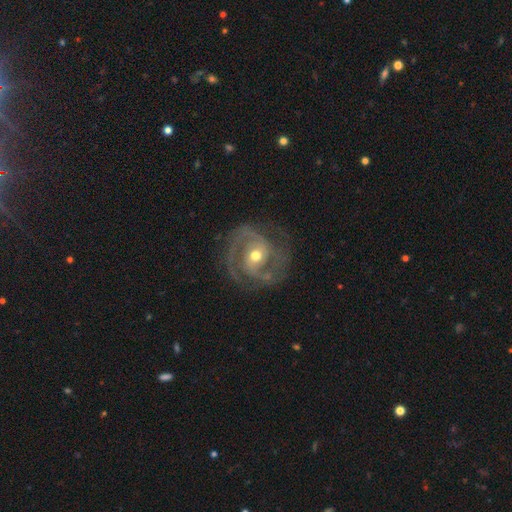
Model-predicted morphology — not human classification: type=featured or disk (90%); edge-on=no (98%); bar=no (56%); spiral arms=yes (96%); winding=medium (48%); arm count=2 (69%); bulge=moderate (71%); merging=none (73%).